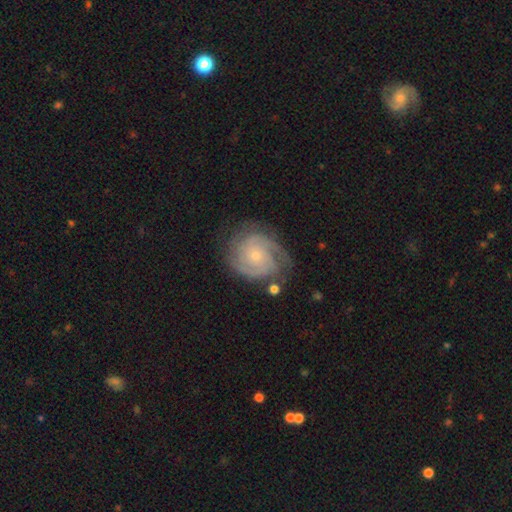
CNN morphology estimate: This is clearly a featured or disk galaxy (86%). It is clearly not viewed edge-on (98%). Bar: likely no (76%). Spiral arm pattern: clearly yes (97%). Spiral arm count: marginally 3 (37%). Spiral winding: likely tight (66%). Central bulge: likely small (72%). Merging: likely none (72%).